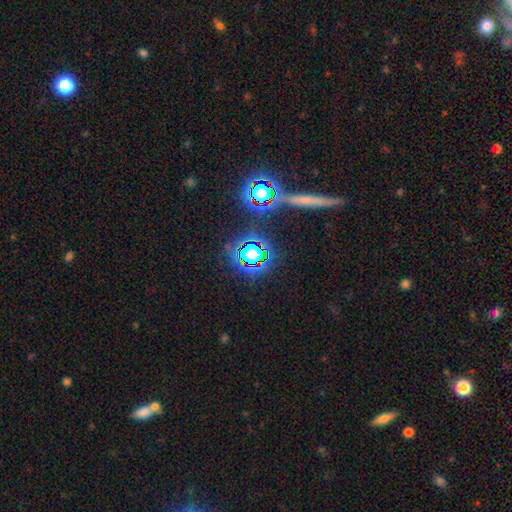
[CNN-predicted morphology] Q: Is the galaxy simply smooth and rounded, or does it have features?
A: star or artifact — 70%.